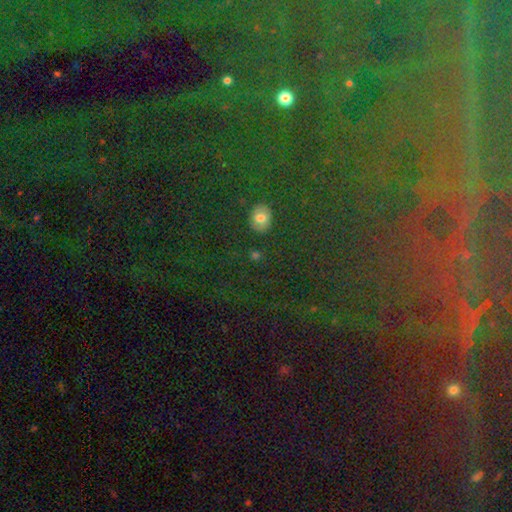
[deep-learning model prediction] Morphology: type=smooth (69%); roundness=round (60%); merging=none (87%).